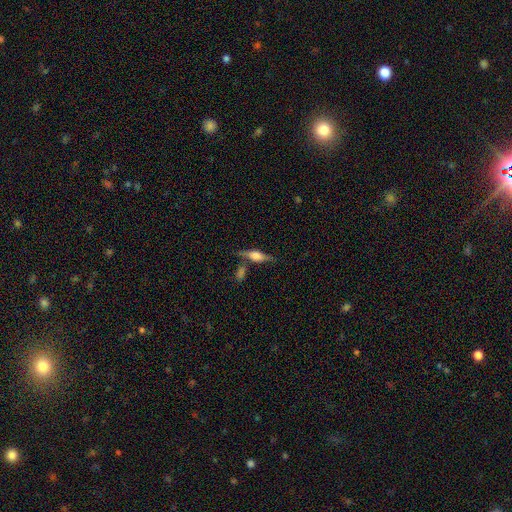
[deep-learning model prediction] This is likely a featured or disk galaxy (63%). It is clearly viewed edge-on (94%). Edge-on bulge: clearly rounded (83%). Merging: likely none (67%).